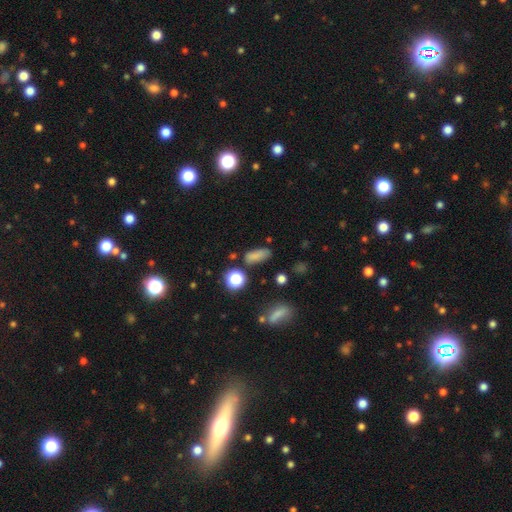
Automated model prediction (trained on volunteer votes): smooth 77%, star or artifact 16%, featured or disk 7%. Down the decision tree: how rounded — in between (69%); merging — none (72%).